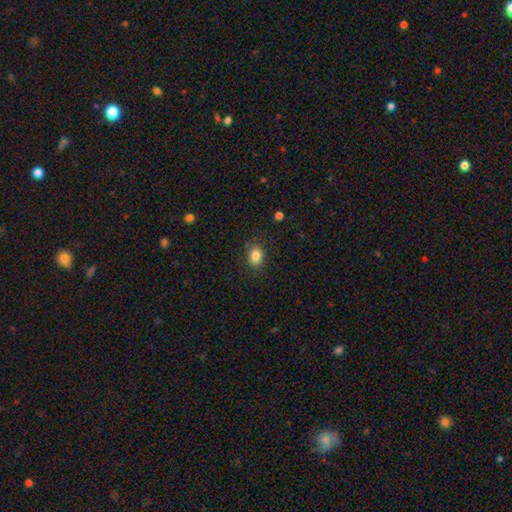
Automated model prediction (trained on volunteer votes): Q: Smooth or featured?
A: smooth (84%); runner-up: star or artifact (10%)
Q: How rounded?
A: in between (60%); runner-up: round (39%)
Q: Merging?
A: none (82%); runner-up: minor disturbance (13%)